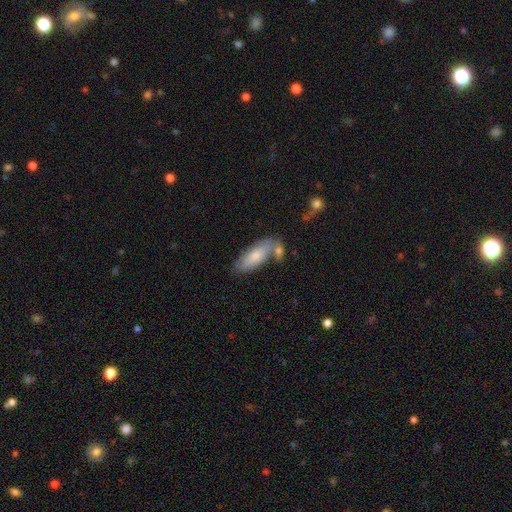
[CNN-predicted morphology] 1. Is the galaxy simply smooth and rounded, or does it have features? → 75% smooth, 19% featured or disk, 6% star or artifact.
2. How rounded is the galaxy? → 71% in between, 27% cigar-shaped, 2% round.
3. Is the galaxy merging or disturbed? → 58% none, 20% merger, 17% minor disturbance, 5% major disturbance.